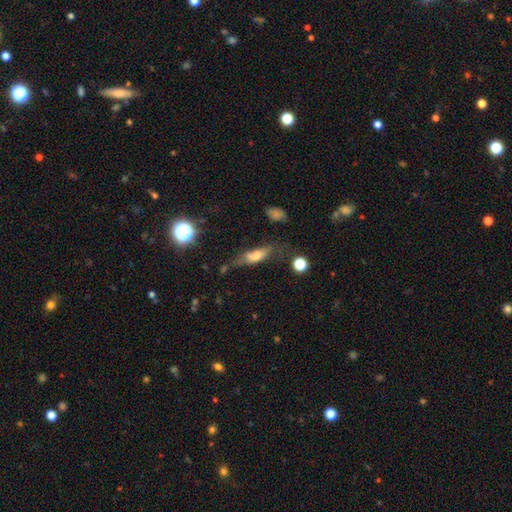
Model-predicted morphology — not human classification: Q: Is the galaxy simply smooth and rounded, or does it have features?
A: smooth — 54%.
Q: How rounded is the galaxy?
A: cigar-shaped — 48%.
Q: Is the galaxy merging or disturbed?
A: none — 49%.